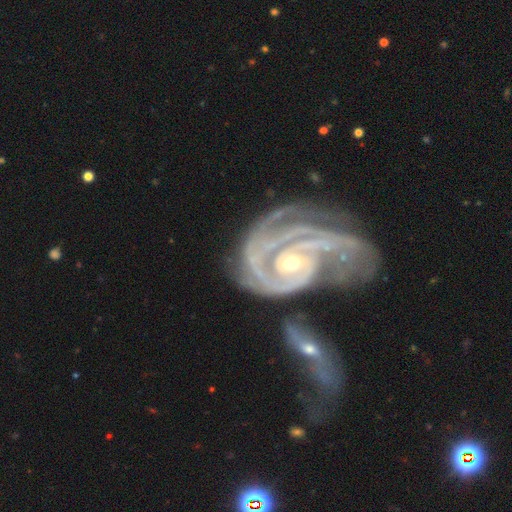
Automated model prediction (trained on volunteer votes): This appears to be a featured or disk galaxy (91%) with no bar (56%), 3 (31%) tight (66%) spiral arms (97%) and a moderate central bulge (50%). Merging: major disturbance (31%).